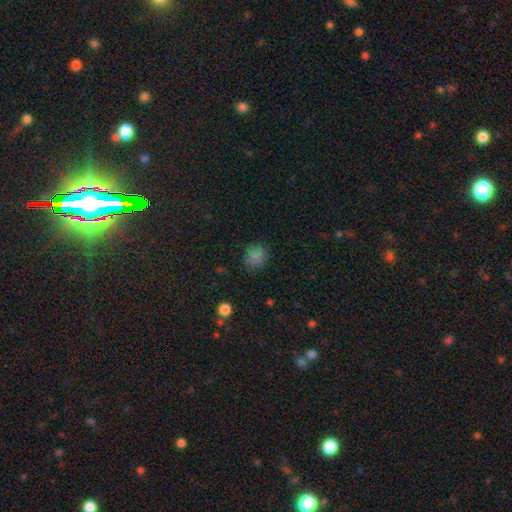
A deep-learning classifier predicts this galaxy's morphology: This appears to be a smooth galaxy with no disk features (83%) that is round (76%). Merging: none (85%).